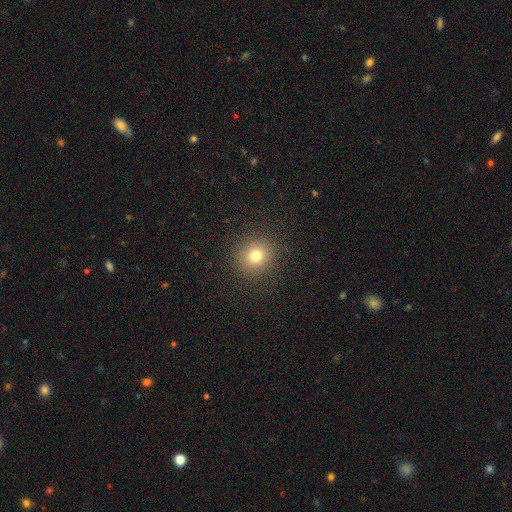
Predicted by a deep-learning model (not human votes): This appears to be a smooth galaxy with no disk features (76%) that is round (89%). Merging: none (89%).